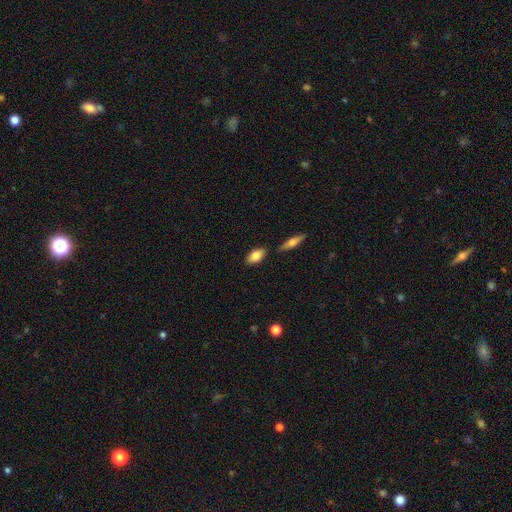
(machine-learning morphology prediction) Smooth or featured? smooth (81%)
How rounded? in between (90%)
Merging? none (79%)